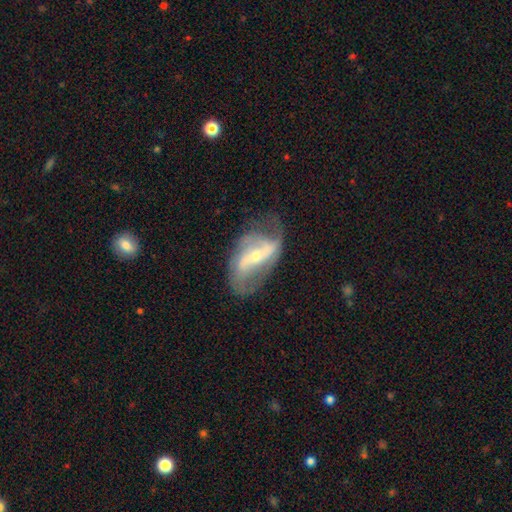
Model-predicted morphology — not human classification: Smooth or featured?
  - featured or disk: 83% *
  - smooth: 11%
  - star or artifact: 6%
Edge-on disk?
  - no: 94% *
  - yes: 6%
Bar?
  - strong: 52% *
  - weak: 31%
  - no: 17%
Spiral arms?
  - yes: 88% *
  - no: 12%
Spiral winding?
  - loose: 59% *
  - medium: 29%
  - tight: 11%
Spiral arm count?
  - 2: 79% *
  - can't tell: 10%
  - 3: 4%
  - 1: 4%
  - 4: 2%
  - more than 4: 2%
Bulge size?
  - small: 60% *
  - moderate: 36%
  - large: 2%
  - none: 2%
  - dominant: 1%
Merging?
  - none: 56% *
  - minor disturbance: 24%
  - major disturbance: 18%
  - merger: 2%